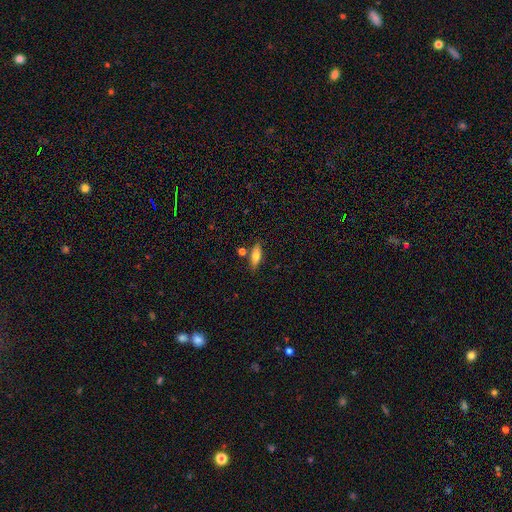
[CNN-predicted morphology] Smooth or featured?
  - smooth: 71% *
  - featured or disk: 22%
  - star or artifact: 7%
How rounded?
  - in between: 65% *
  - cigar-shaped: 32%
  - round: 3%
Merging?
  - none: 76% *
  - minor disturbance: 13%
  - merger: 8%
  - major disturbance: 3%